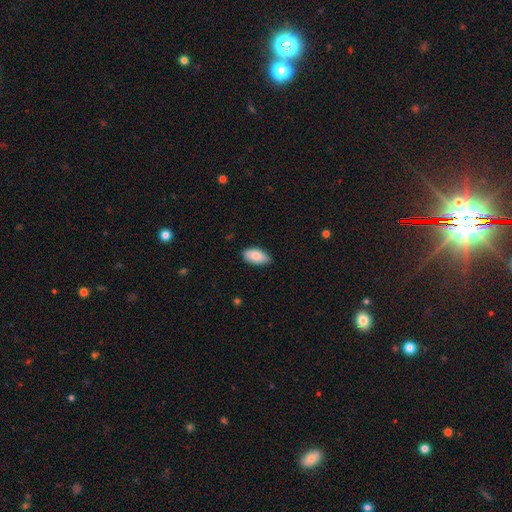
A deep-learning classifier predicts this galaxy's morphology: smooth-or-featured: smooth: 85% | featured or disk: 9% | star or artifact: 6%
  how-rounded: in between: 94% | cigar-shaped: 4% | round: 3%
  merging: none: 79% | minor disturbance: 18% | major disturbance: 2% | merger: 1%